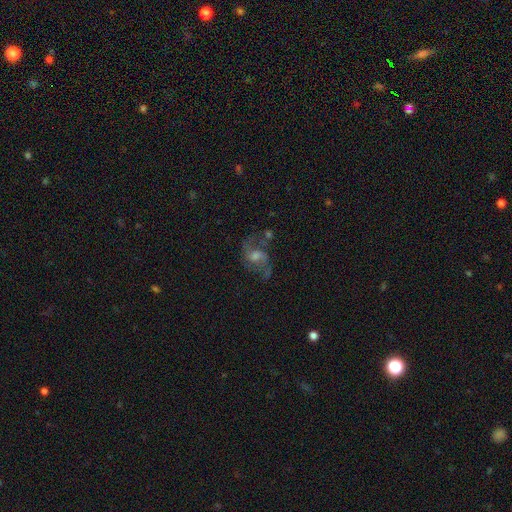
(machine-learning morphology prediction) Overall: featured or disk (70%). Edge-on disk: no (97%). Bar: no (47%; weak 44%). Spiral arms: yes (88%). Spiral arm count: 2 (85%). Spiral winding: loose (52%; medium 39%). Bulge size: moderate (50%; small 30%). Merging: none (56%; minor disturbance 19%).